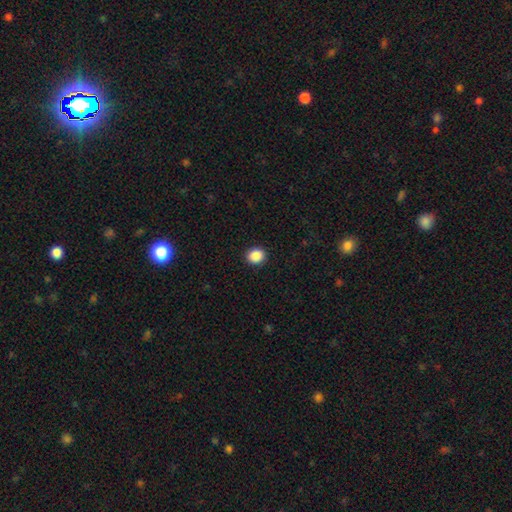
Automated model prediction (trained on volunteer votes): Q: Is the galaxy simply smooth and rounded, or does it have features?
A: smooth — 89%.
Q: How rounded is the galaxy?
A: round — 77%.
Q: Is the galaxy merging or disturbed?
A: none — 92%.